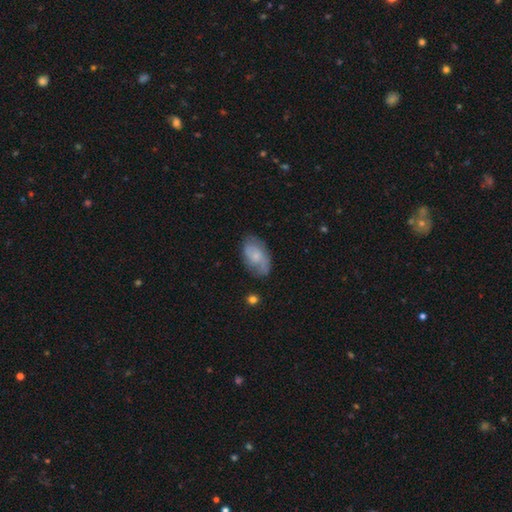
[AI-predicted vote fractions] The model was most divided on "smooth or featured": smooth: 50%, featured or disk: 42%, star or artifact: 7%. More confident: how rounded — in between (92%); merging — none (67%).